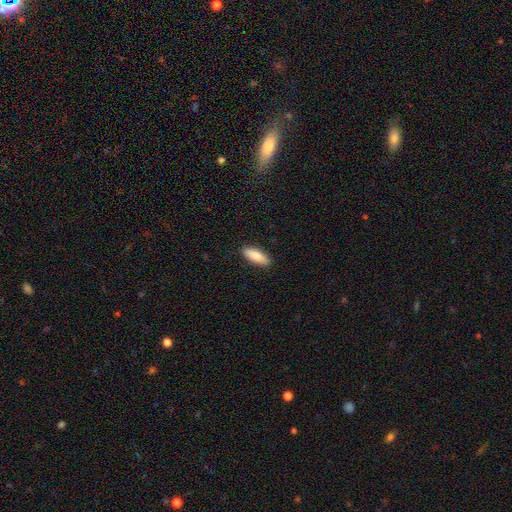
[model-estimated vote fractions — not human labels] A smooth galaxy with no disk features (87%) that is in between round and cigar-shaped (61%). Merging: none (89%).